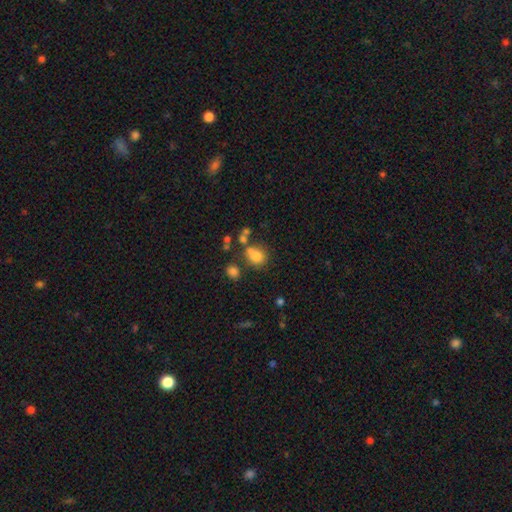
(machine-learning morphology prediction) Q: Smooth or featured?
A: smooth (75%); runner-up: star or artifact (13%)
Q: How rounded?
A: round (67%); runner-up: in between (32%)
Q: Merging?
A: none (49%); runner-up: merger (28%)